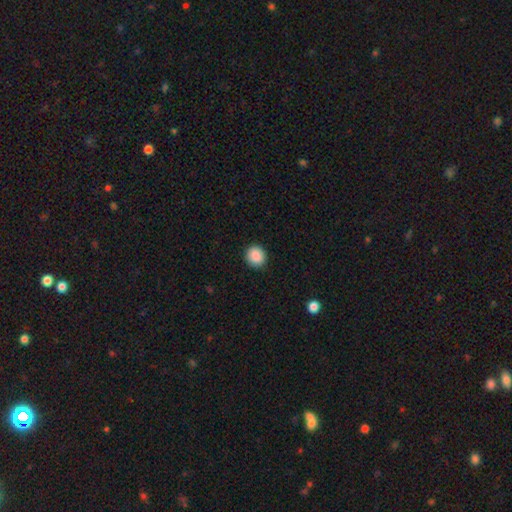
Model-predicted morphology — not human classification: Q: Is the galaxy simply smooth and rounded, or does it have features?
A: smooth — 88%.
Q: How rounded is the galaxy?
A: round — 83%.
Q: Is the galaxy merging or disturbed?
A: none — 91%.